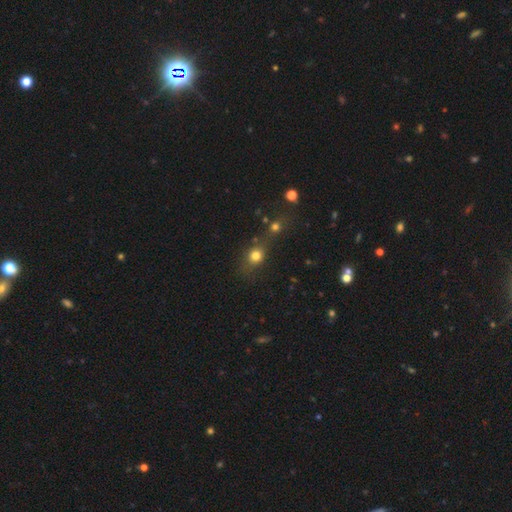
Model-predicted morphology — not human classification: Smooth or featured: smooth — 74% (star or artifact — 16%)
How rounded: round — 70% (in between — 27%)
Merging: none — 50% (merger — 31%)